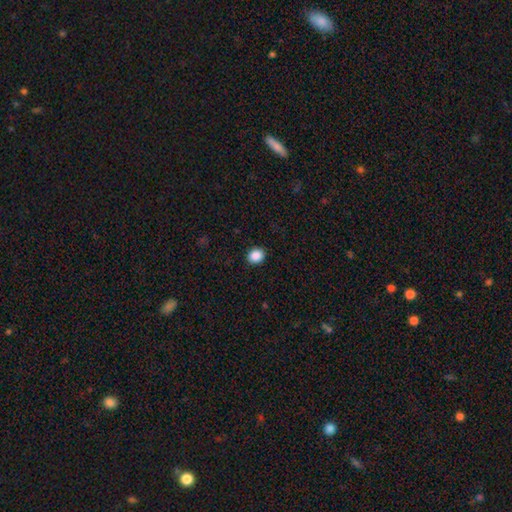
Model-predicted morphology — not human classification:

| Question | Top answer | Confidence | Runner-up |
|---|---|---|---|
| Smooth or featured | smooth | 88% | star or artifact (9%) |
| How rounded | round | 73% | in between (27%) |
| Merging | none | 92% | minor disturbance (6%) |